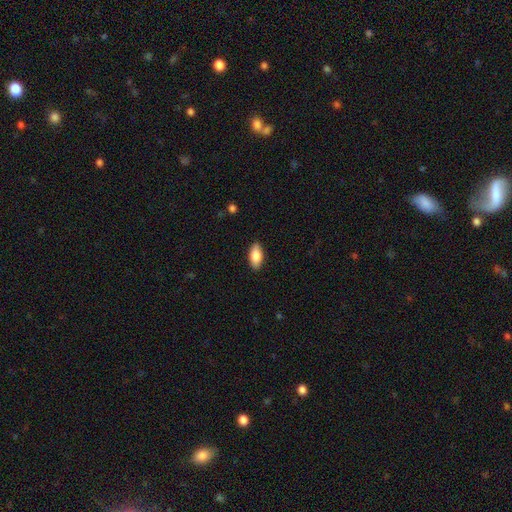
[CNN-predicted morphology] smooth 83%, featured or disk 11%, star or artifact 6%. Down the decision tree: how rounded — in between (89%); merging — none (89%).